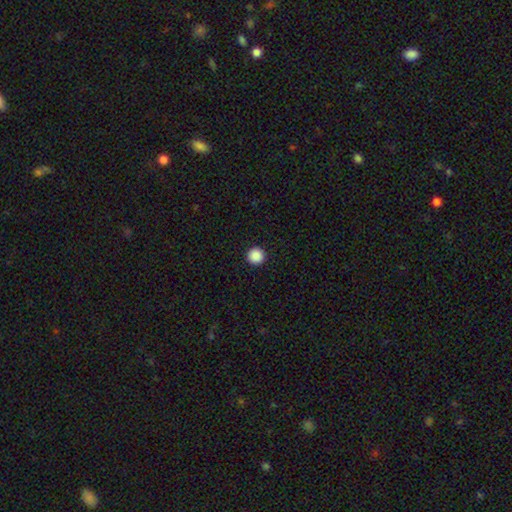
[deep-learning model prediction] This appears to be a smooth galaxy with no disk features (89%) that is round (97%). Merging: none (94%).